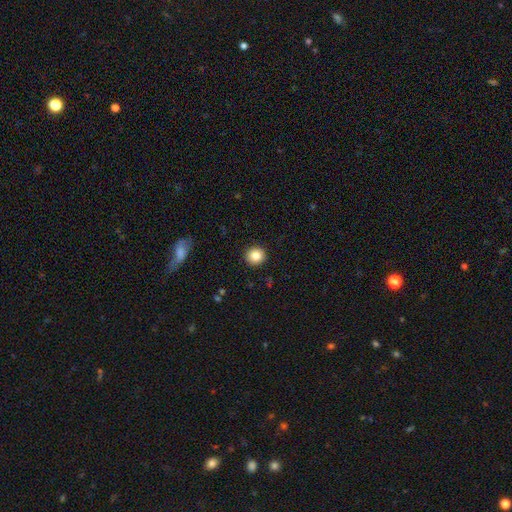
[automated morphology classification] smooth_or_featured: smooth (p=0.85) [alt: star or artifact p=0.09]
how_rounded: round (p=0.92) [alt: in between p=0.07]
merging: none (p=0.92) [alt: minor disturbance p=0.05]